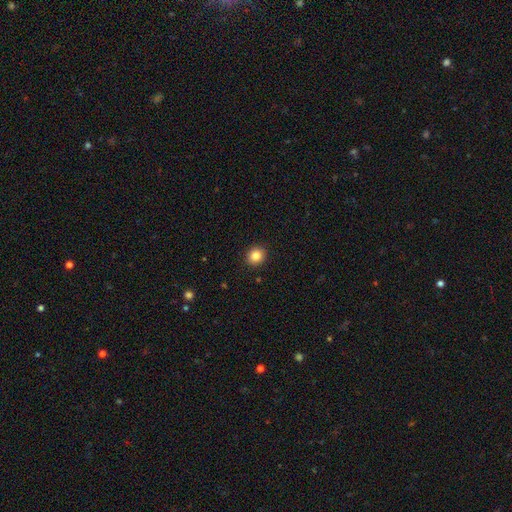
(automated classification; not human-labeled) Overall: smooth (85%). How rounded: round (83%). Merging: none (91%).